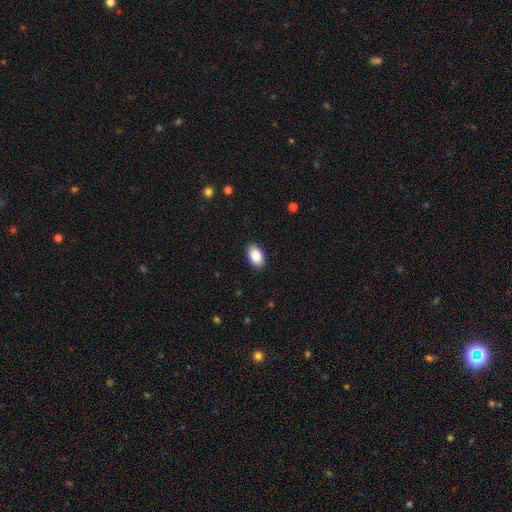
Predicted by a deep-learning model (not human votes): The model was most divided on "smooth or featured": smooth: 88%, star or artifact: 7%, featured or disk: 6%. More confident: how rounded — in between (92%); merging — none (90%).